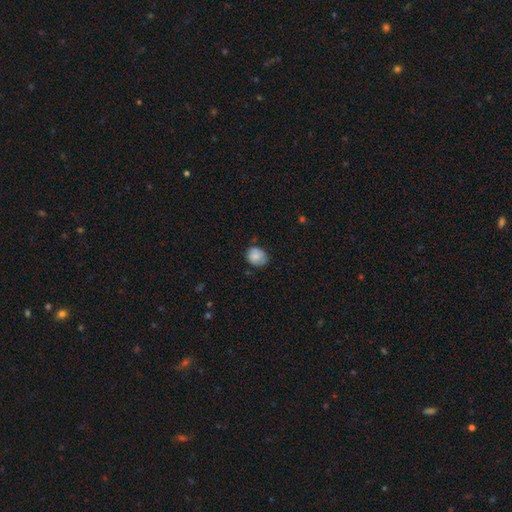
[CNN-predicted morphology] Smooth or featured? Predicted: smooth (p=0.81). How rounded? Predicted: round (p=0.68). Merging? Predicted: none (p=0.66).